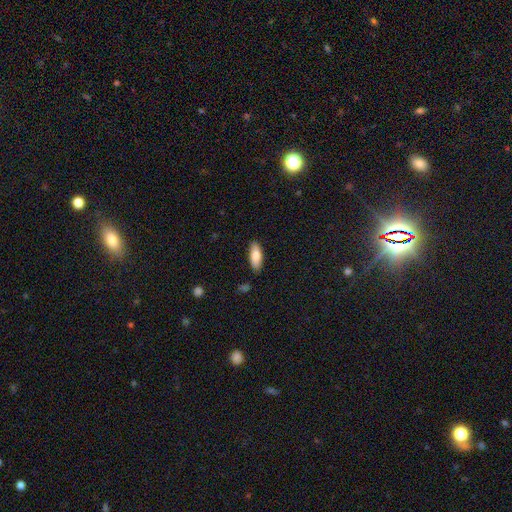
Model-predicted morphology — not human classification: Q: Smooth or featured?
A: smooth (82%); runner-up: featured or disk (11%)
Q: How rounded?
A: in between (76%); runner-up: cigar-shaped (22%)
Q: Merging?
A: none (85%); runner-up: minor disturbance (11%)